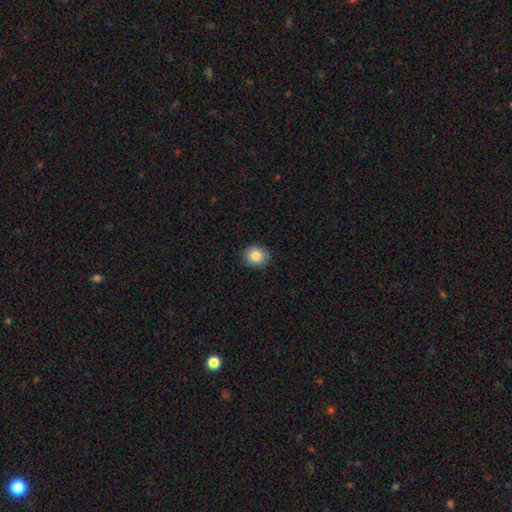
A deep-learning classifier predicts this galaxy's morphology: type=smooth (85%); roundness=round (77%); merging=none (89%).